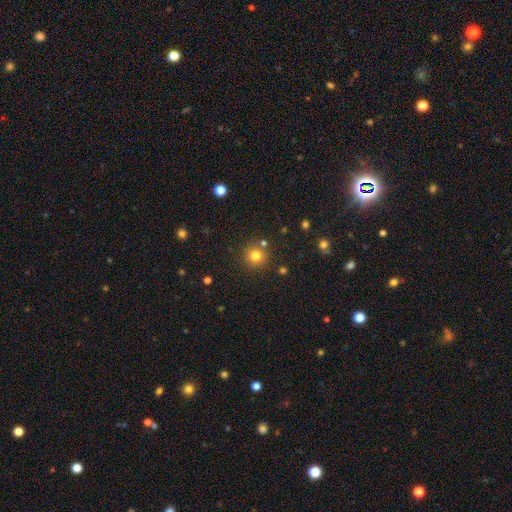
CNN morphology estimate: Smooth or featured?
  - smooth: 78% *
  - star or artifact: 15%
  - featured or disk: 7%
How rounded?
  - round: 94% *
  - in between: 5%
  - cigar-shaped: 1%
Merging?
  - none: 83% *
  - minor disturbance: 8%
  - merger: 7%
  - major disturbance: 3%